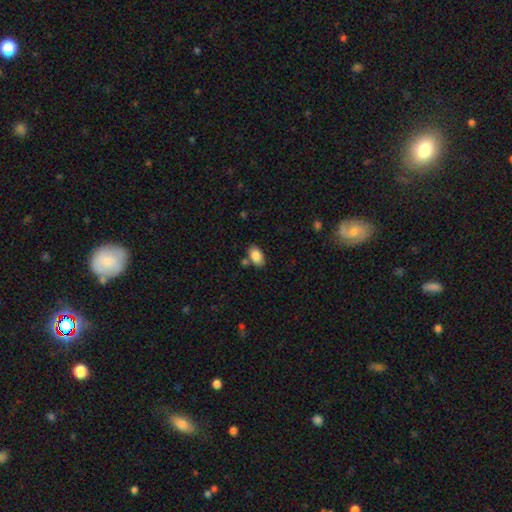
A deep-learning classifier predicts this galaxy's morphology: Smooth or featured?
  - smooth: 85% *
  - featured or disk: 8%
  - star or artifact: 8%
How rounded?
  - in between: 92% *
  - round: 7%
  - cigar-shaped: 2%
Merging?
  - none: 75% *
  - minor disturbance: 13%
  - merger: 9%
  - major disturbance: 3%